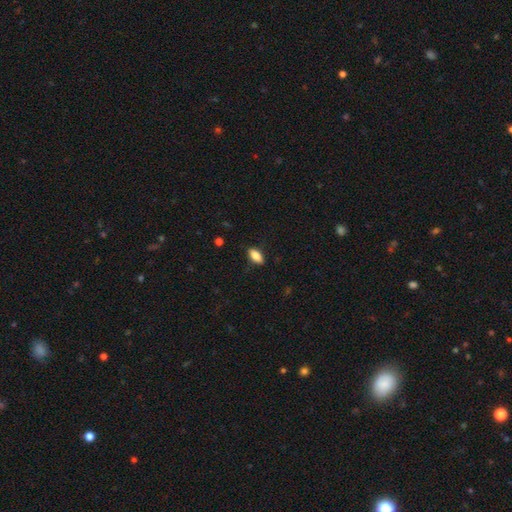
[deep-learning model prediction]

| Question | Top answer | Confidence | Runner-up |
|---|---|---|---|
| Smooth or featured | smooth | 81% | featured or disk (11%) |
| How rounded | in between | 87% | cigar-shaped (10%) |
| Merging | none | 86% | minor disturbance (11%) |